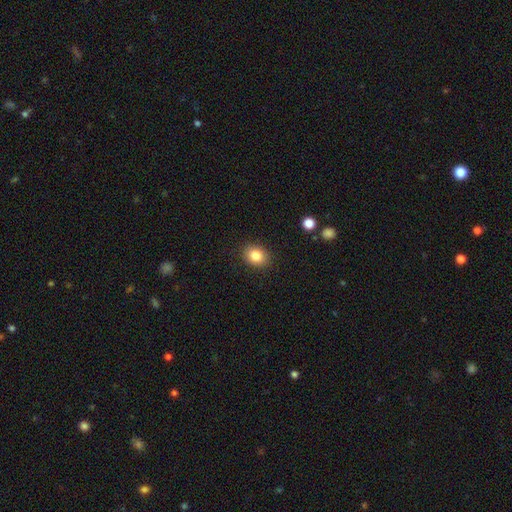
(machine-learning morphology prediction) type=smooth (84%); roundness=in between (50%); merging=none (88%).